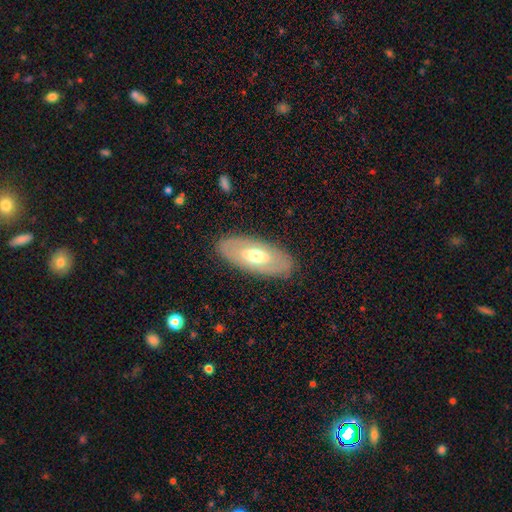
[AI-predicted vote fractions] smooth_or_featured: featured or disk (p=0.49) [alt: smooth p=0.45]
merging: none (p=0.86) [alt: minor disturbance p=0.10]